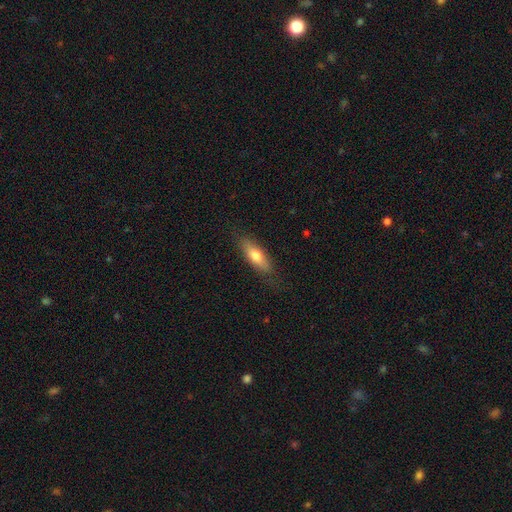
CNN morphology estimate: Smooth or featured: smooth — 69% (featured or disk — 25%)
How rounded: in between — 58% (cigar-shaped — 40%)
Merging: none — 81% (minor disturbance — 15%)